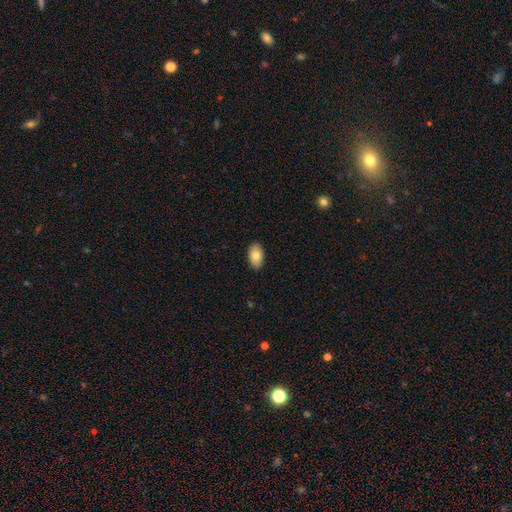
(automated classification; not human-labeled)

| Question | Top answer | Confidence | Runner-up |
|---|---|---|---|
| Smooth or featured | smooth | 80% | featured or disk (13%) |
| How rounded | in between | 94% | round (5%) |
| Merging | none | 89% | minor disturbance (8%) |